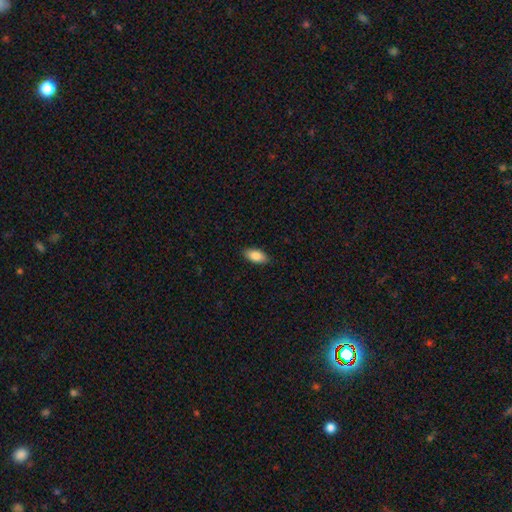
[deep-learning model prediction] The model was most divided on "merging": none: 88%, minor disturbance: 9%, major disturbance: 2%, merger: 1%. More confident: how rounded — in between (92%); smooth or featured — smooth (87%).